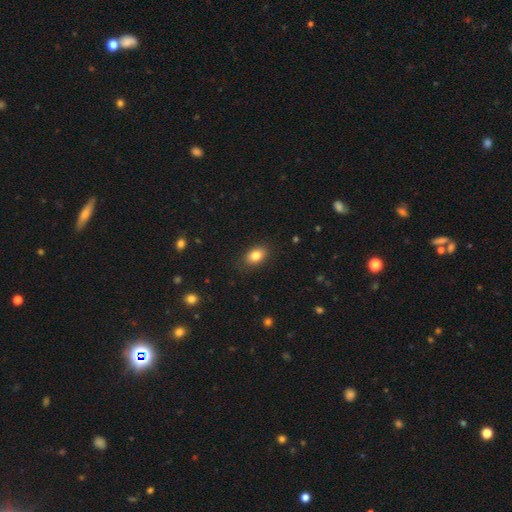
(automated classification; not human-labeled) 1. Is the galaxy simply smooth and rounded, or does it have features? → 83% smooth, 9% star or artifact, 8% featured or disk.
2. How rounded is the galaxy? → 82% in between, 16% round, 1% cigar-shaped.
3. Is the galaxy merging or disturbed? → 86% none, 11% minor disturbance, 3% major disturbance, 1% merger.